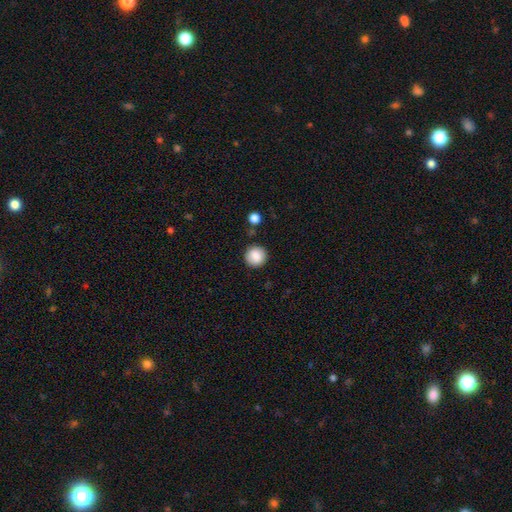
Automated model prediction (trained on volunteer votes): smooth_or_featured: smooth (p=0.87) [alt: star or artifact p=0.09]
how_rounded: round (p=0.94) [alt: in between p=0.06]
merging: none (p=0.87) [alt: minor disturbance p=0.08]